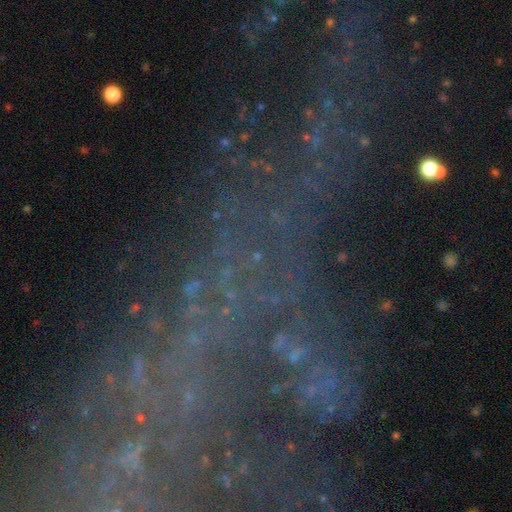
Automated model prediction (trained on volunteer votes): Q: Smooth or featured?
A: star or artifact (53%); runner-up: featured or disk (31%)